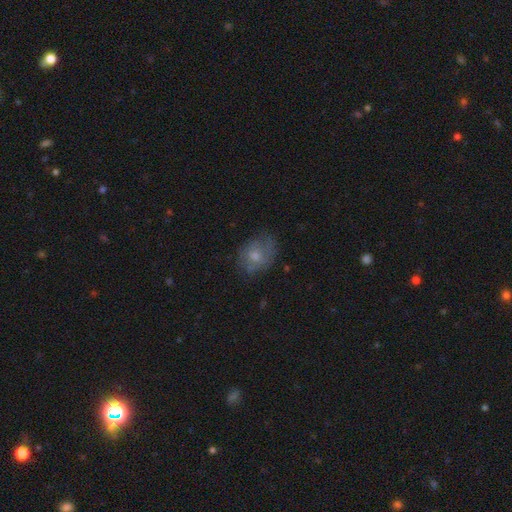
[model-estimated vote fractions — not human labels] Smooth or featured? smooth (58%)
How rounded? in between (53%)
Merging? none (58%)